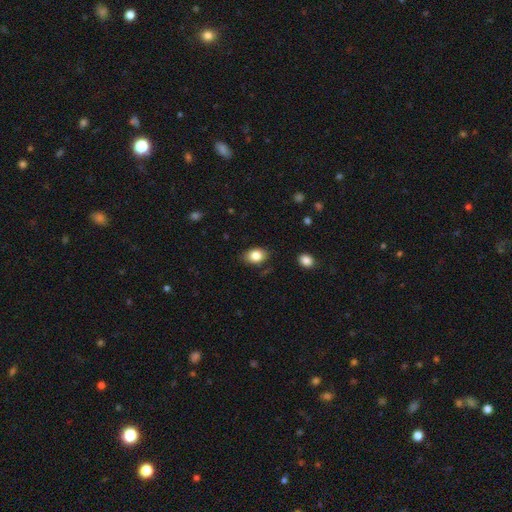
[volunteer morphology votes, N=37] Smooth or featured? 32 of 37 (86%) said smooth. How rounded? 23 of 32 (72%) said in between. Merging? 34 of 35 (97%) said none.